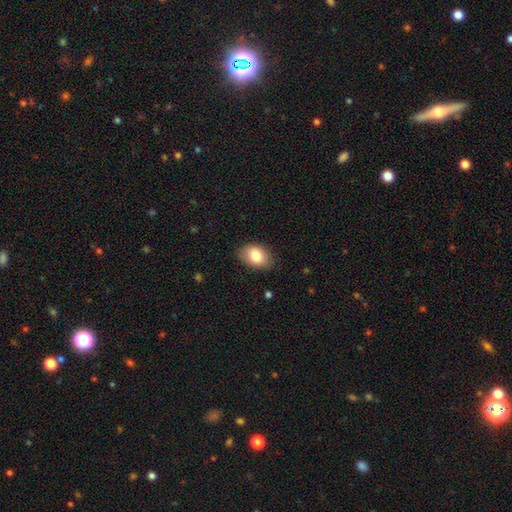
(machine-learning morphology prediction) smooth-or-featured: smooth: 83% | featured or disk: 9% | star or artifact: 7%
  how-rounded: in between: 84% | round: 14% | cigar-shaped: 1%
  merging: none: 83% | minor disturbance: 13% | major disturbance: 3% | merger: 1%